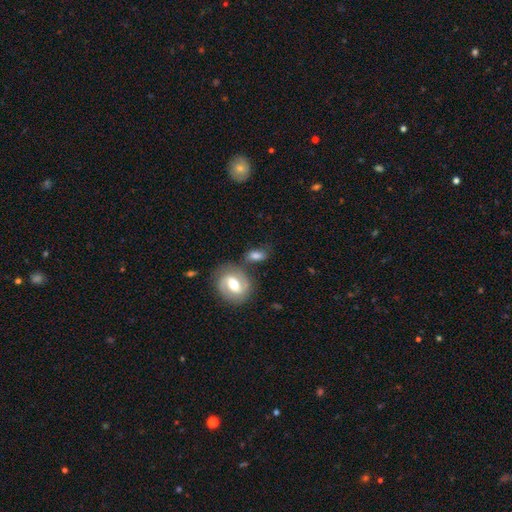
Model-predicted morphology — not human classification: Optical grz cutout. It shows a smooth galaxy with no disk features (62%) that is in between round and cigar-shaped (77%). Merging: none (60%).